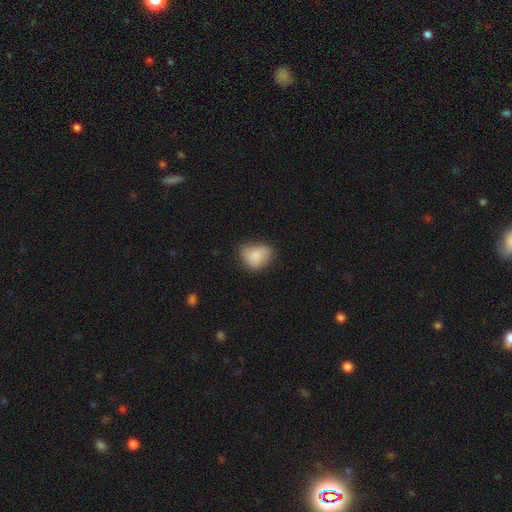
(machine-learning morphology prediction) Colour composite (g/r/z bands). It shows a smooth galaxy with no disk features (82%) that is in between round and cigar-shaped (62%). Merging: none (50%).